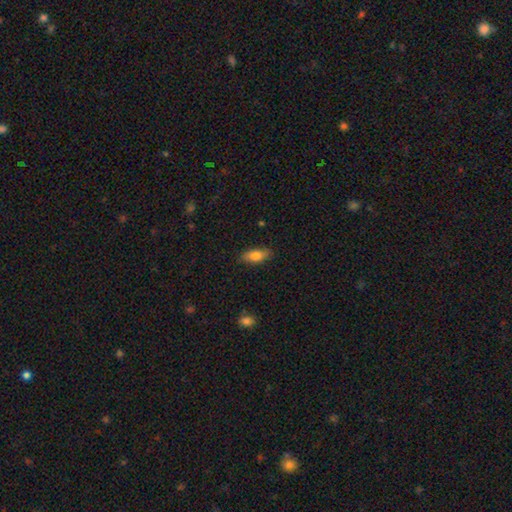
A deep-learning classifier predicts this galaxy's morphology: This is likely a smooth galaxy (77%). How rounded: clearly in between (81%). Merging: clearly none (84%).